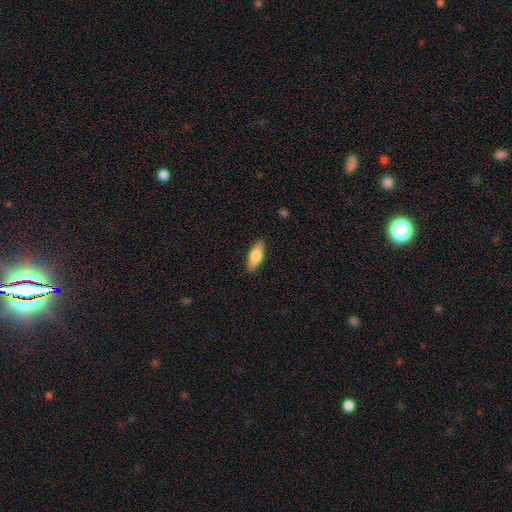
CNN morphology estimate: Smooth or featured? Predicted: smooth (p=0.76). How rounded? Predicted: in between (p=0.74). Merging? Predicted: none (p=0.88).